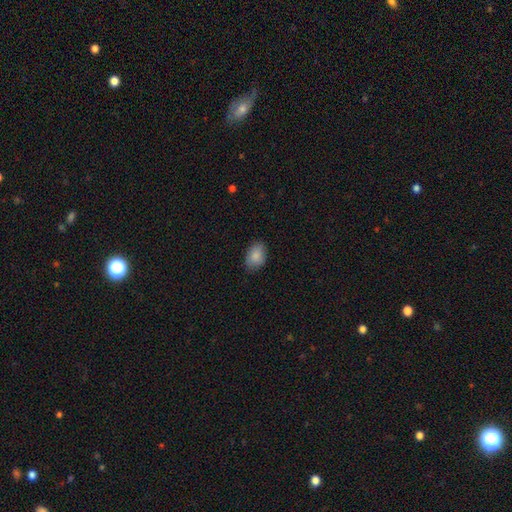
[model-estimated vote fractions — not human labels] Overall: smooth (87%). How rounded: in between (84%). Merging: none (83%).